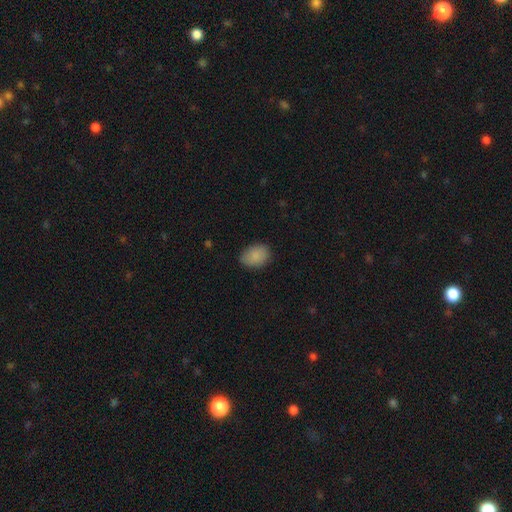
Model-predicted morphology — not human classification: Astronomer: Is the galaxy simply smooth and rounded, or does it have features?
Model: smooth — 87%.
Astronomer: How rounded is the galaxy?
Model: in between — 78%.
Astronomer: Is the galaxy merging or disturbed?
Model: none — 81%.